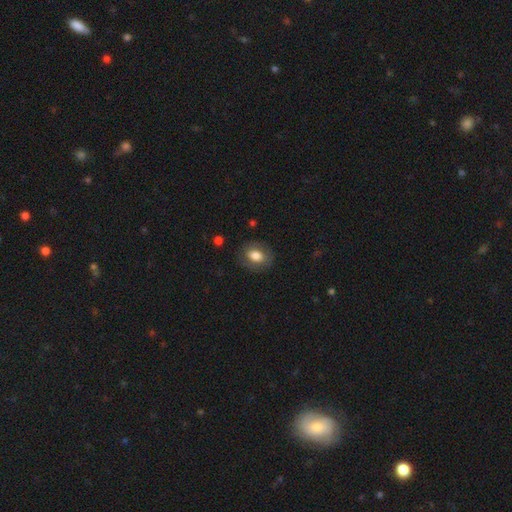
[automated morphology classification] A smooth galaxy with no disk features (74%) that is in between round and cigar-shaped (60%).

Vote fractions:
- Smooth or featured? smooth: 74% / featured or disk: 18% / star or artifact: 8%
- How rounded? in between: 60% / round: 39% / cigar-shaped: 1%
- Merging? none: 81% / minor disturbance: 13% / major disturbance: 5% / merger: 1%